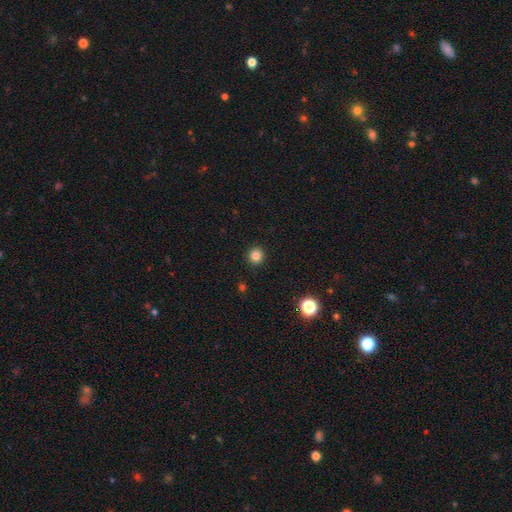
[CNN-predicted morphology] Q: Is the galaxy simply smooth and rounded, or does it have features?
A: smooth — 84%.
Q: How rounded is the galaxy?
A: round — 93%.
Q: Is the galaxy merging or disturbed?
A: none — 93%.